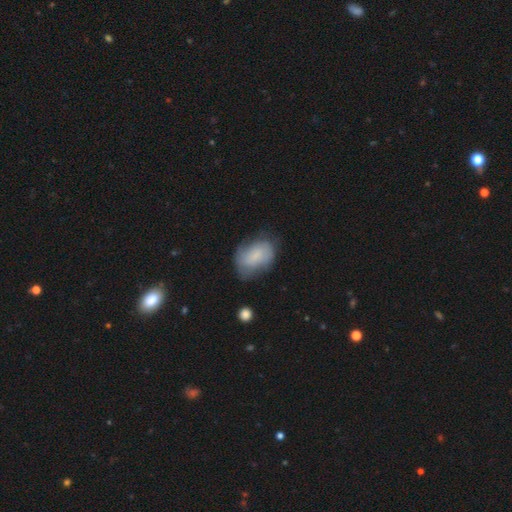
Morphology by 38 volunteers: smooth_or_featured: smooth (p=0.55) [alt: featured or disk p=0.34]
how_rounded: in between (p=0.86) [alt: round p=0.10]
merging: none (p=0.44) [tied with: minor disturbance p=0.44]